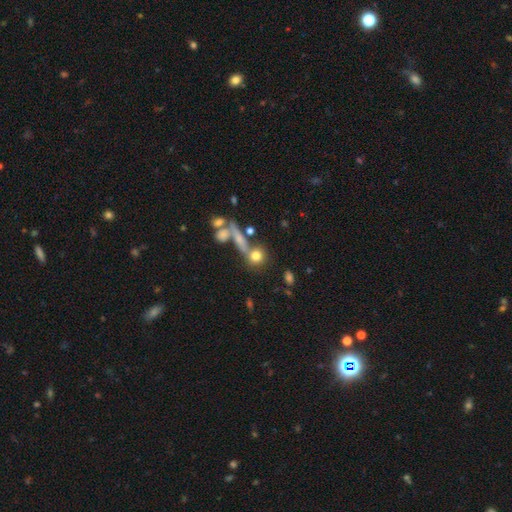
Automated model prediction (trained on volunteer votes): Smooth or featured? smooth (72%)
How rounded? round (72%)
Merging? none (55%)